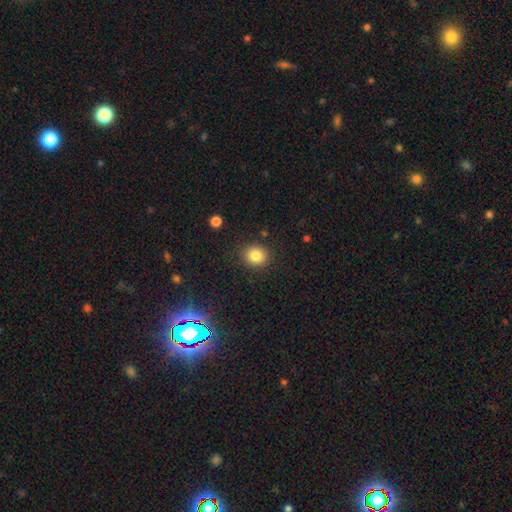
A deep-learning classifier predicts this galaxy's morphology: This is clearly a smooth galaxy (83%). How rounded: clearly round (82%). Merging: clearly none (88%).